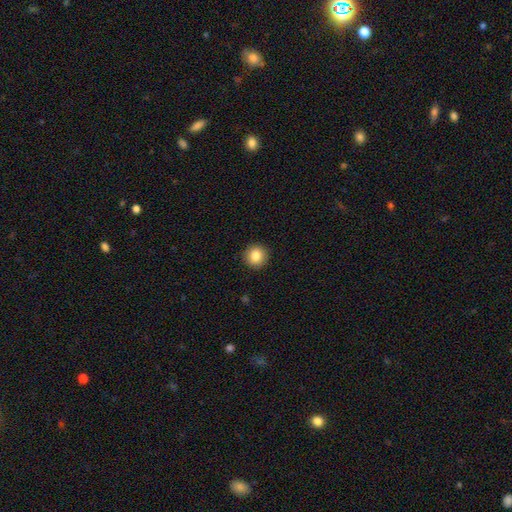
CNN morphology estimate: Smooth or featured? smooth (84%)
How rounded? round (94%)
Merging? none (92%)